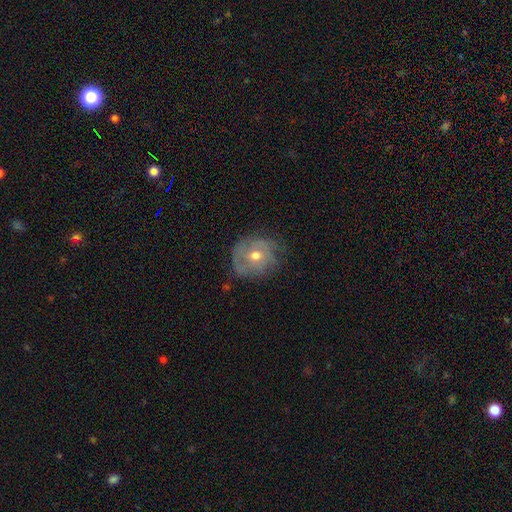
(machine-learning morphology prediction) A featured or disk galaxy (53%) with no bar (81%), spiral arms (55%) and a moderate central bulge (72%). Merging: none (62%).